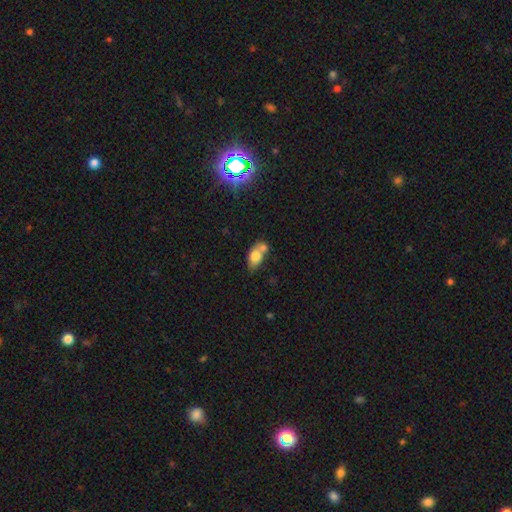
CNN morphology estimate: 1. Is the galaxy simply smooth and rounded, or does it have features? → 72% smooth, 19% featured or disk, 9% star or artifact.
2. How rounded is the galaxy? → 78% in between, 17% round, 5% cigar-shaped.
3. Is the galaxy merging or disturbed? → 50% merger, 30% none, 14% minor disturbance, 6% major disturbance.